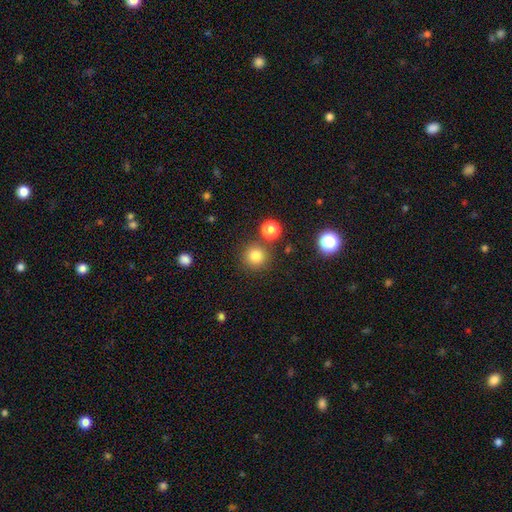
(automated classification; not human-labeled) Smooth or featured?
  - smooth: 81% *
  - star or artifact: 14%
  - featured or disk: 6%
How rounded?
  - round: 94% *
  - in between: 5%
  - cigar-shaped: 1%
Merging?
  - none: 82% *
  - merger: 8%
  - minor disturbance: 7%
  - major disturbance: 3%